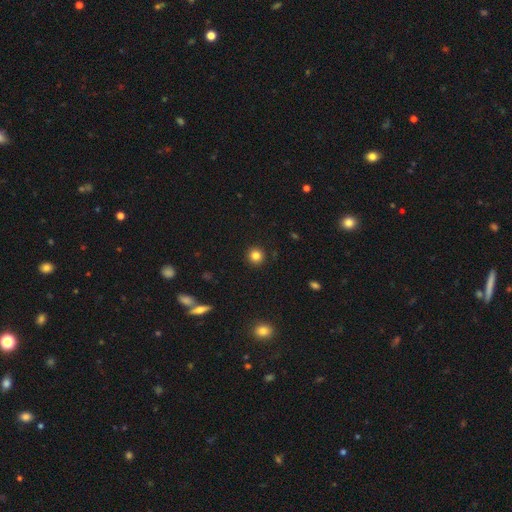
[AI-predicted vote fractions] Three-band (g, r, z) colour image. It shows a smooth galaxy with no disk features (83%) that is round (94%). Merging: none (92%).